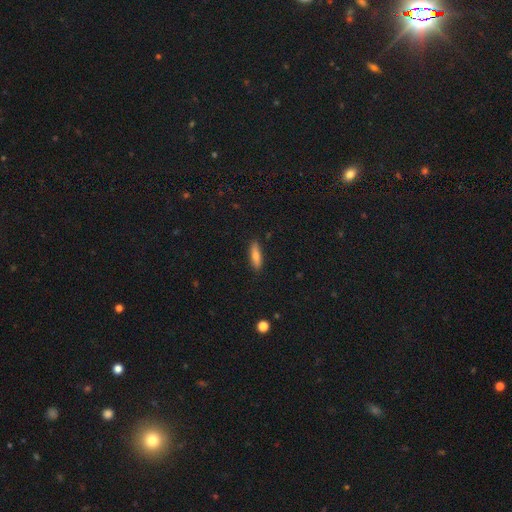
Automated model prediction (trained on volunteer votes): The model was most divided on "how rounded": cigar-shaped: 54%, in between: 44%, round: 2%. More confident: merging — none (87%); smooth or featured — smooth (76%).